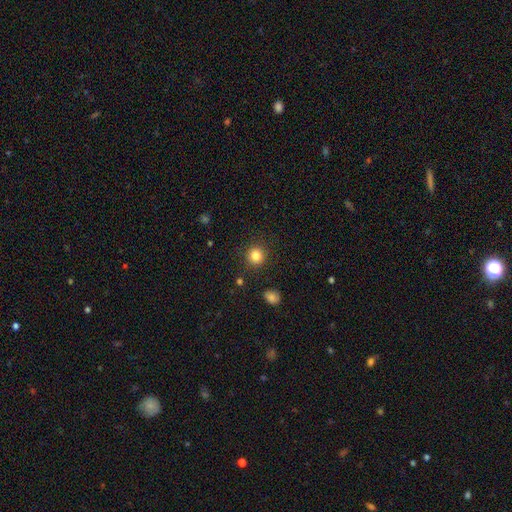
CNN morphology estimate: A smooth galaxy with no disk features (84%) that is round (92%).

Vote fractions:
- Smooth or featured? smooth: 84% / star or artifact: 11% / featured or disk: 5%
- How rounded? round: 92% / in between: 7% / cigar-shaped: 1%
- Merging? none: 90% / minor disturbance: 6% / major disturbance: 2% / merger: 2%